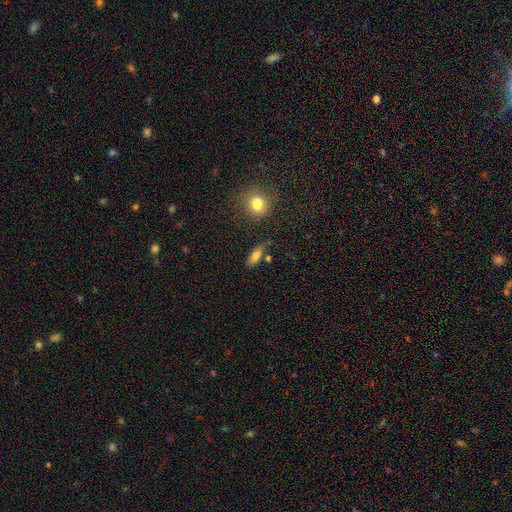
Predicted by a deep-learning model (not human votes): Q: Smooth or featured?
A: smooth (76%); runner-up: featured or disk (15%)
Q: How rounded?
A: in between (70%); runner-up: cigar-shaped (25%)
Q: Merging?
A: none (72%); runner-up: minor disturbance (15%)